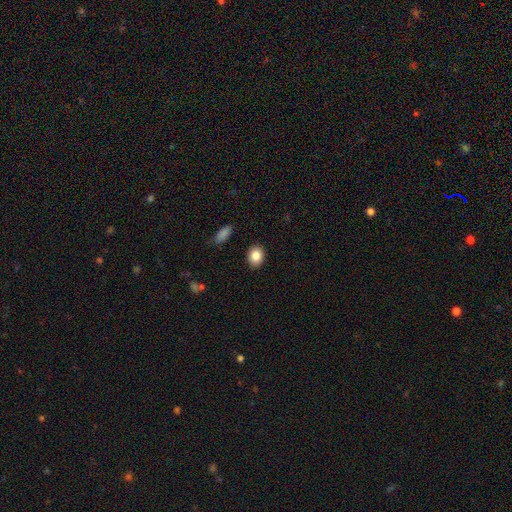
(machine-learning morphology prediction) Smooth or featured? smooth (85%)
How rounded? in between (56%)
Merging? none (88%)